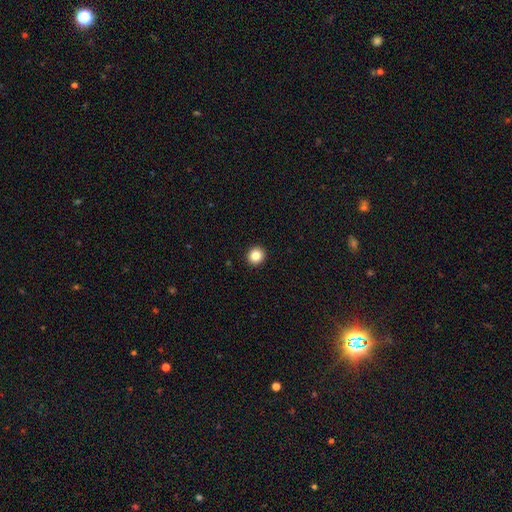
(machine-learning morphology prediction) smooth_or_featured: smooth (p=0.84) [alt: star or artifact p=0.10]
how_rounded: round (p=0.91) [alt: in between p=0.08]
merging: none (p=0.94) [alt: minor disturbance p=0.04]